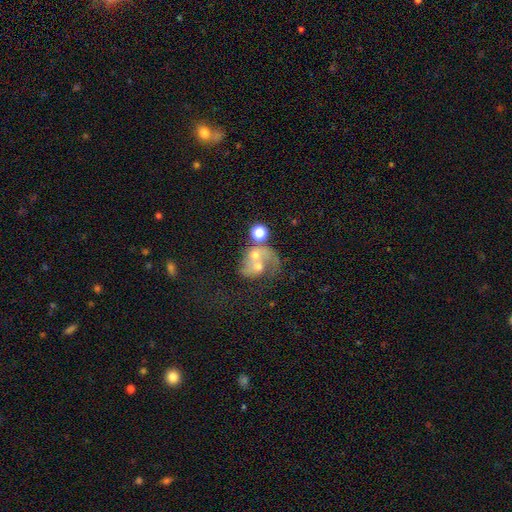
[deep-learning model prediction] smooth_or_featured: featured or disk (p=0.60) [alt: smooth p=0.28]
disk_edge_on: no (p=0.97) [alt: yes p=0.03]
bar: no (p=0.80) [alt: weak p=0.16]
has_spiral_arms: yes (p=0.64) [alt: no p=0.36]
bulge_size: moderate (p=0.53) [alt: small p=0.32]
merging: merger (p=0.51) [alt: major disturbance p=0.22]